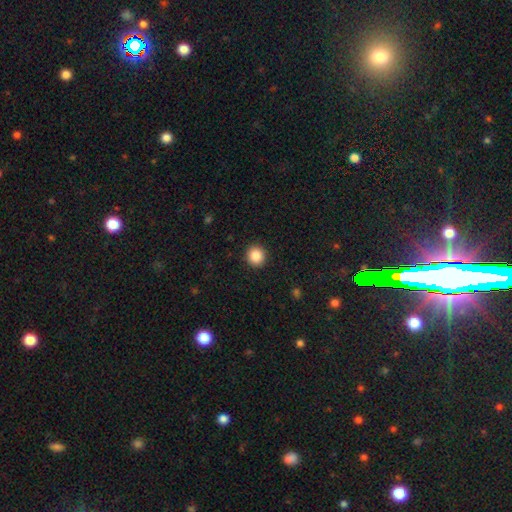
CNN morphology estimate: Smooth or featured? smooth (87%)
How rounded? round (91%)
Merging? none (92%)